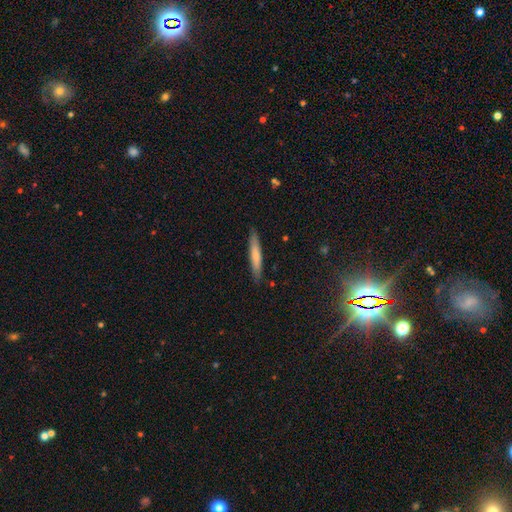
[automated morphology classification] smooth_or_featured: smooth (p=0.69) [alt: featured or disk p=0.26]
how_rounded: cigar-shaped (p=0.93) [alt: in between p=0.06]
merging: none (p=0.88) [alt: minor disturbance p=0.09]